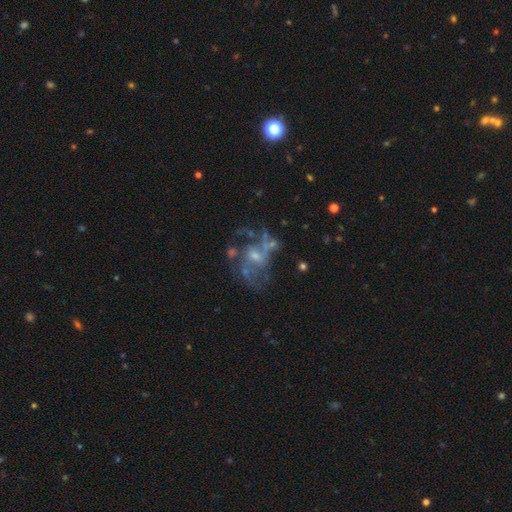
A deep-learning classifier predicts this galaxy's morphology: A featured or disk galaxy (70%) with no bar (65%), spiral arms (56%) and a small central bulge (43%).

Vote fractions:
- Smooth or featured? featured or disk: 70% / star or artifact: 16% / smooth: 14%
- Edge-on disk? no: 97% / yes: 3%
- Bar? no: 65% / weak: 29% / strong: 6%
- Spiral arms? yes: 56% / no: 44%
- Bulge size? small: 43% / moderate: 35% / none: 17% / large: 3% / dominant: 1%
- Merging? none: 41% / major disturbance: 30% / minor disturbance: 16% / merger: 13%